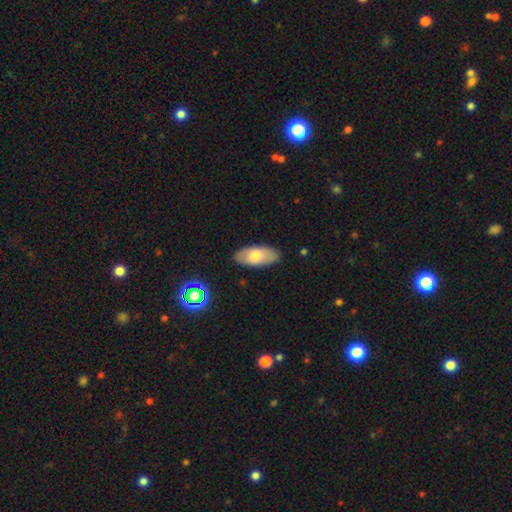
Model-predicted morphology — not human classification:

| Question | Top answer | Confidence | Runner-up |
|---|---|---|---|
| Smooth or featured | smooth | 69% | featured or disk (25%) |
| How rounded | in between | 90% | cigar-shaped (7%) |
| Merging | none | 85% | minor disturbance (11%) |